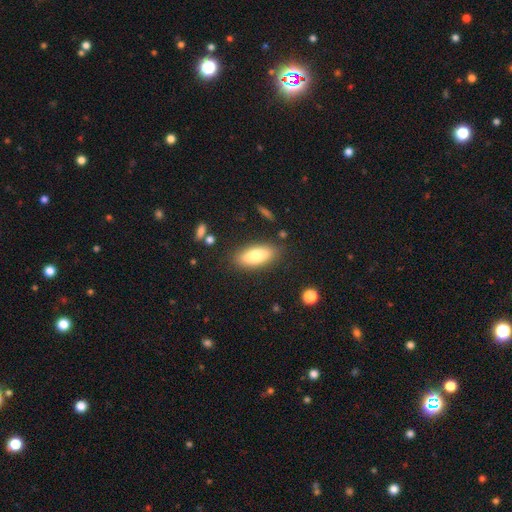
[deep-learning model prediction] Smooth or featured?
  - smooth: 76% *
  - featured or disk: 18%
  - star or artifact: 7%
How rounded?
  - in between: 75% *
  - cigar-shaped: 22%
  - round: 2%
Merging?
  - none: 83% *
  - minor disturbance: 11%
  - major disturbance: 3%
  - merger: 2%